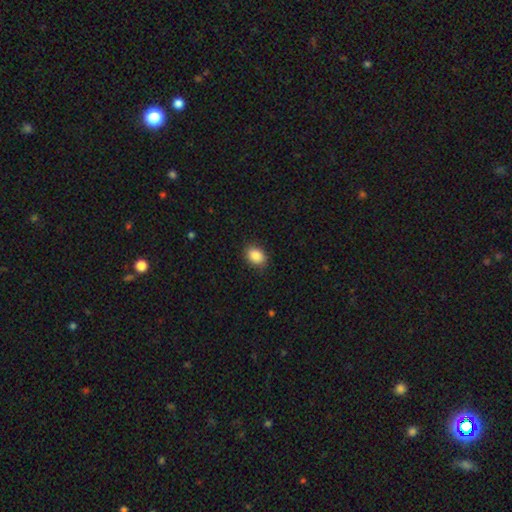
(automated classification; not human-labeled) Smooth or featured? Predicted: smooth (p=0.88). How rounded? Predicted: in between (p=0.64). Merging? Predicted: none (p=0.85).